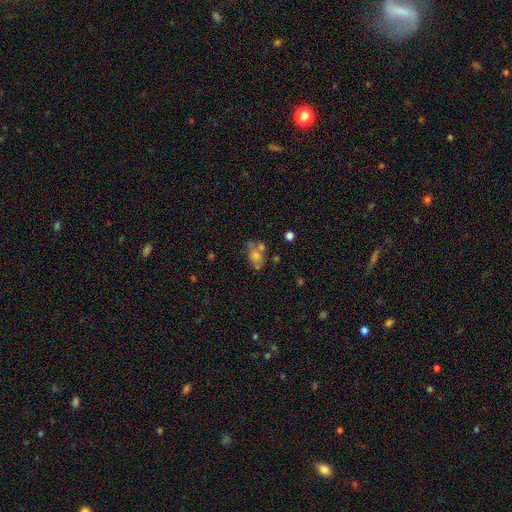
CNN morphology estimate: This is possibly a smooth galaxy (55%). How rounded: likely in between (64%). Merging: marginally none (43%).